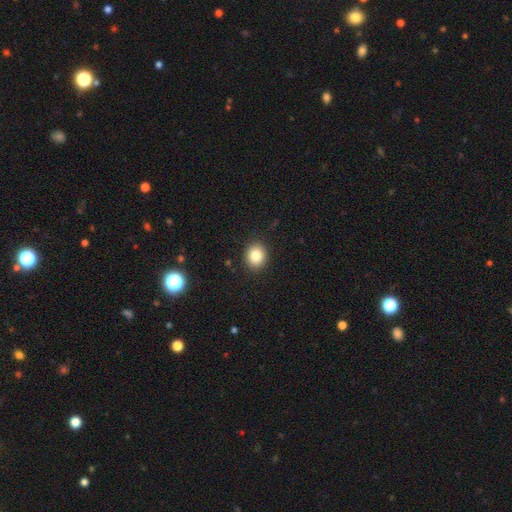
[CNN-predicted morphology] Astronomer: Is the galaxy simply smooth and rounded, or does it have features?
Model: smooth — 84%.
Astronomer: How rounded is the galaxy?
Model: round — 70%.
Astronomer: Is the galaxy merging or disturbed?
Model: none — 90%.